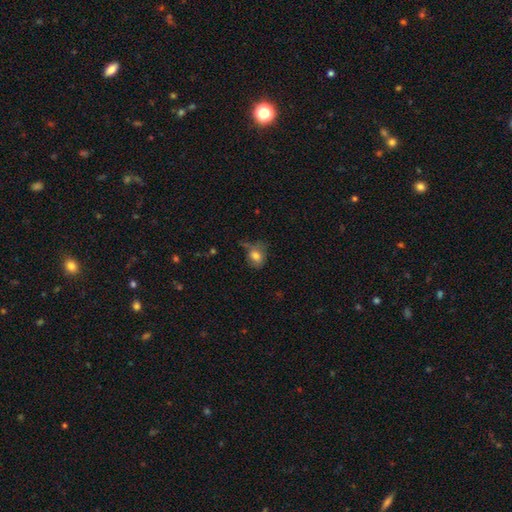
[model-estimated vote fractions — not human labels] This appears to be a smooth galaxy with no disk features (78%) that is in between round and cigar-shaped (52%). Merging: none (49%).